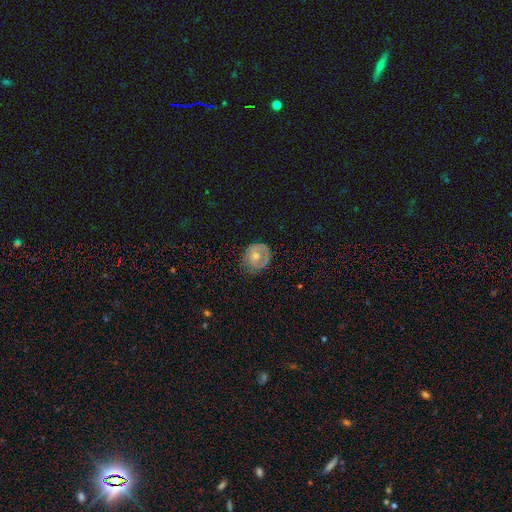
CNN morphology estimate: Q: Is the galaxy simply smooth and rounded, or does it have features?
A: featured or disk — 51%.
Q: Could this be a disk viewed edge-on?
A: no — 96%.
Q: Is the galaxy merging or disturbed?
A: none — 74%.